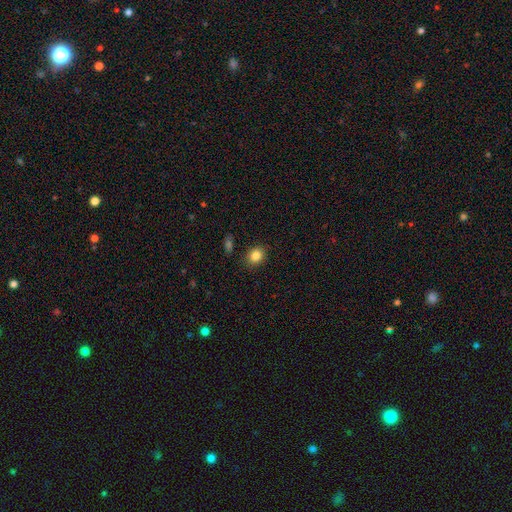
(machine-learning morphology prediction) smooth-or-featured: smooth: 85% | star or artifact: 10% | featured or disk: 5%
  how-rounded: round: 61% | in between: 38% | cigar-shaped: 1%
  merging: none: 86% | minor disturbance: 9% | major disturbance: 2% | merger: 2%